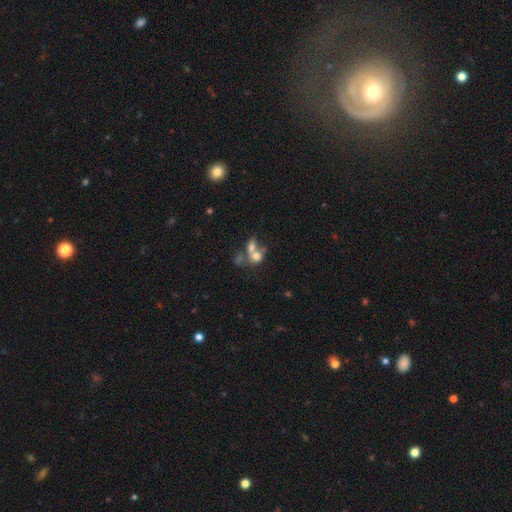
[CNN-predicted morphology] Smooth or featured? Predicted: smooth (p=0.63). How rounded? Predicted: round (p=0.54). Merging? Predicted: merger (p=0.62).